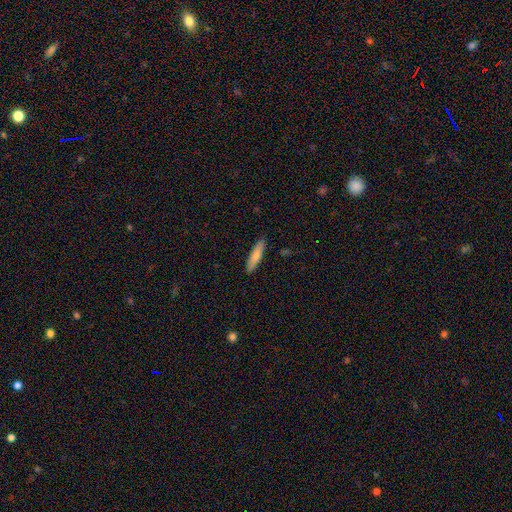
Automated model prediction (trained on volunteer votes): smooth-or-featured: smooth: 81% | featured or disk: 13% | star or artifact: 6%
  how-rounded: cigar-shaped: 79% | in between: 20% | round: 1%
  merging: none: 88% | minor disturbance: 9% | major disturbance: 2% | merger: 1%